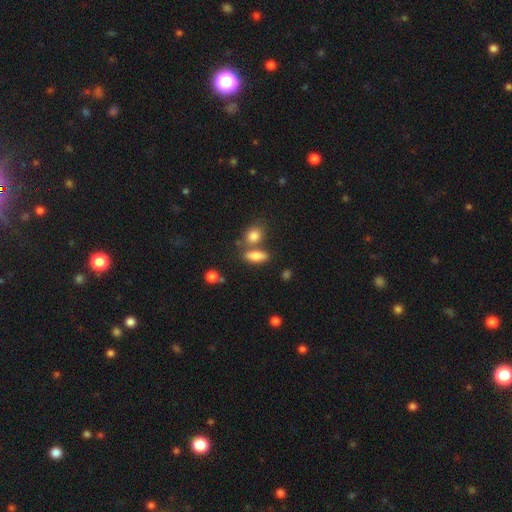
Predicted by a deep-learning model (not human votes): Q: Smooth or featured?
A: smooth (80%); runner-up: featured or disk (12%)
Q: How rounded?
A: in between (70%); runner-up: cigar-shaped (23%)
Q: Merging?
A: none (60%); runner-up: merger (24%)